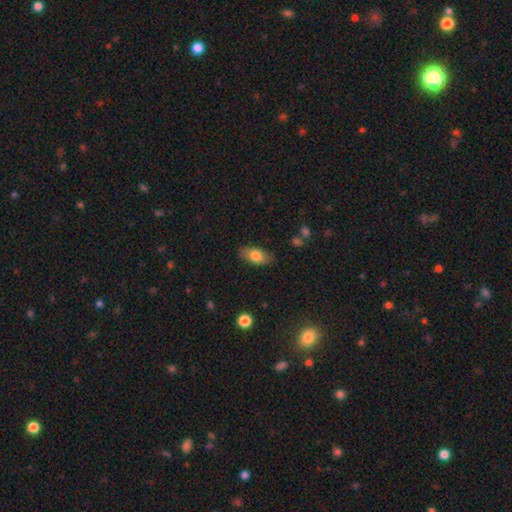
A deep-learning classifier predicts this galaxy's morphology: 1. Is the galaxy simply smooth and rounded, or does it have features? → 77% smooth, 16% featured or disk, 7% star or artifact.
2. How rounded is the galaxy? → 90% in between, 5% cigar-shaped, 5% round.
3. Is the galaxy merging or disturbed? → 83% none, 13% minor disturbance, 3% major disturbance, 1% merger.